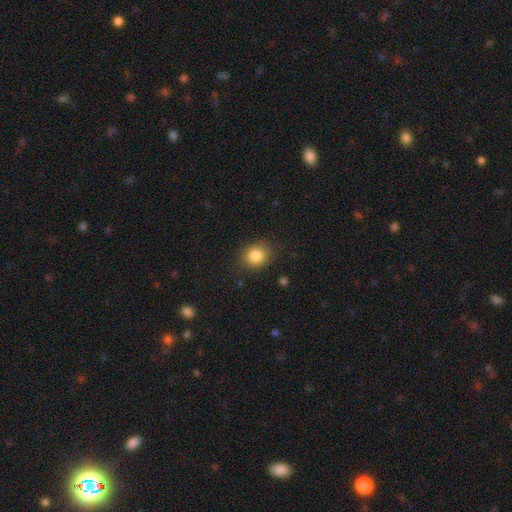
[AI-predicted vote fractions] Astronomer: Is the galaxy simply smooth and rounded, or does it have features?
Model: smooth — 84%.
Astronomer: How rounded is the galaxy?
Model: round — 68%.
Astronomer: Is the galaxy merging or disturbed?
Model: none — 85%.